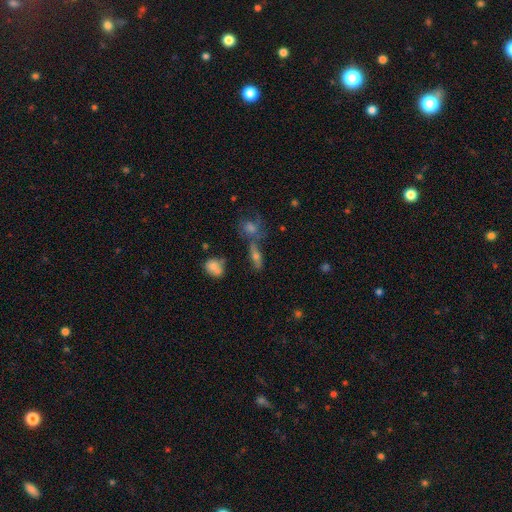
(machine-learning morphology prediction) This appears to be a smooth galaxy with no disk features (45%). Merging: none (54%).